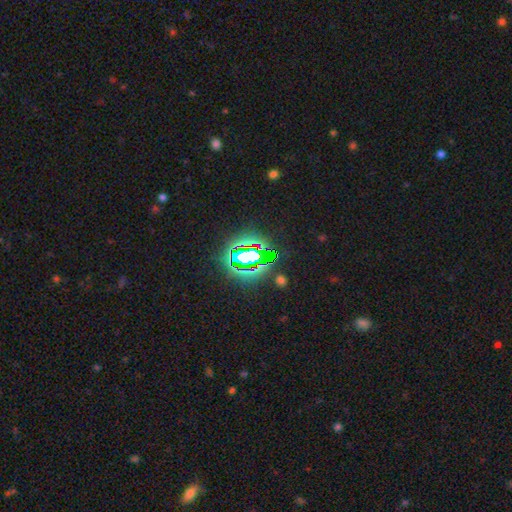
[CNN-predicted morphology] This is clearly a star or artifact rather than a galaxy (80%).